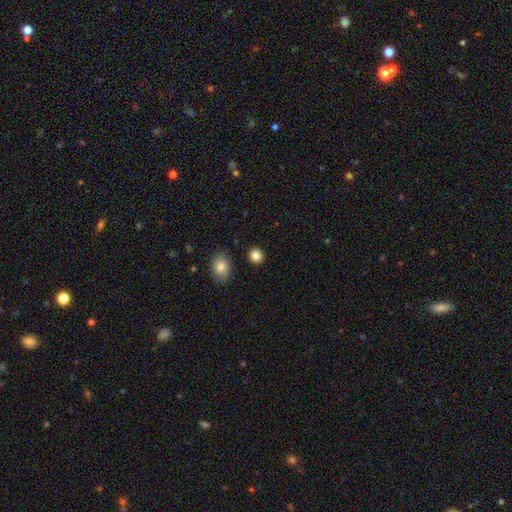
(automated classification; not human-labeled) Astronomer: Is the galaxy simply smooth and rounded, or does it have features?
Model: smooth — 85%.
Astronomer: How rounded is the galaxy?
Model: round — 84%.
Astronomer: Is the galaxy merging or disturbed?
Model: none — 90%.